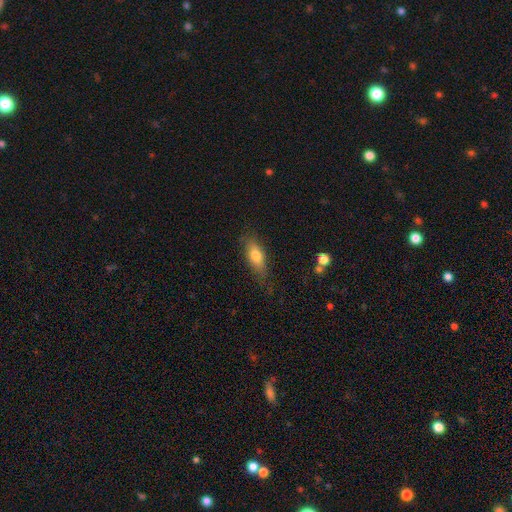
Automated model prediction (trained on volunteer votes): This is likely a smooth galaxy (73%). How rounded: likely in between (71%). Merging: likely none (73%).